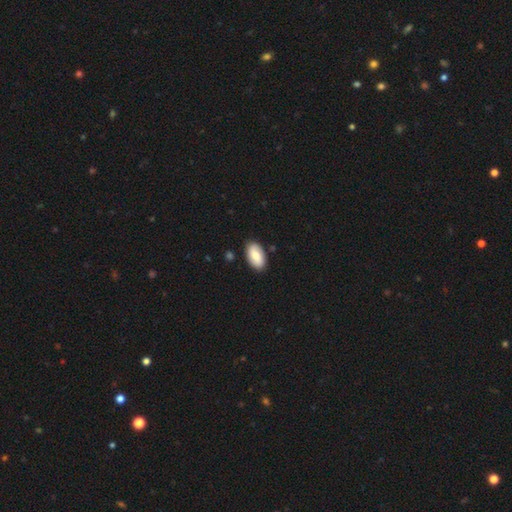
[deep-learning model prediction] smooth-or-featured: smooth: 73% | featured or disk: 21% | star or artifact: 6%
  how-rounded: in between: 95% | round: 3% | cigar-shaped: 2%
  merging: none: 86% | minor disturbance: 10% | major disturbance: 2% | merger: 2%